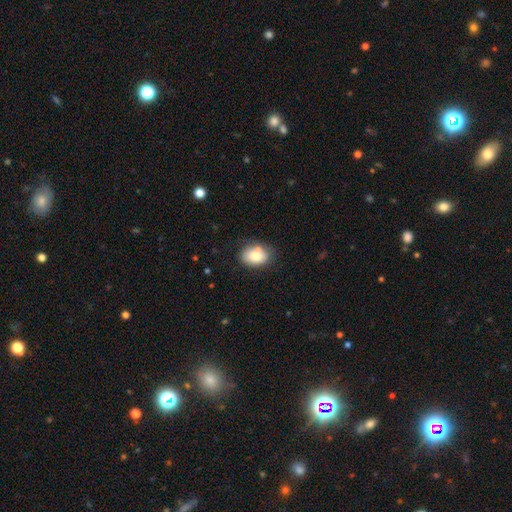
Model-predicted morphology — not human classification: Q: Smooth or featured?
A: smooth (80%); runner-up: featured or disk (11%)
Q: How rounded?
A: in between (77%); runner-up: round (22%)
Q: Merging?
A: none (74%); runner-up: minor disturbance (17%)